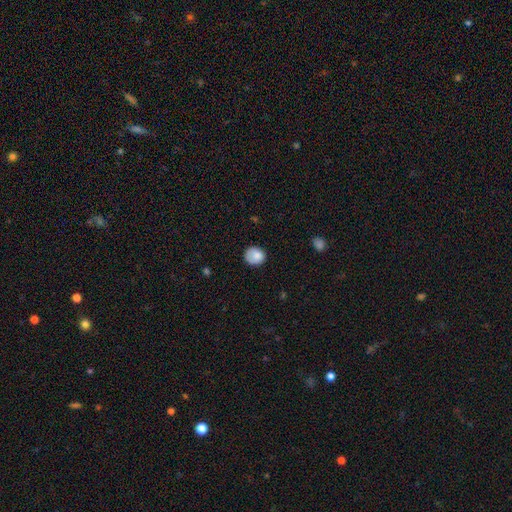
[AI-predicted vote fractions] Morphology: type=smooth (83%); roundness=round (73%); merging=none (72%).